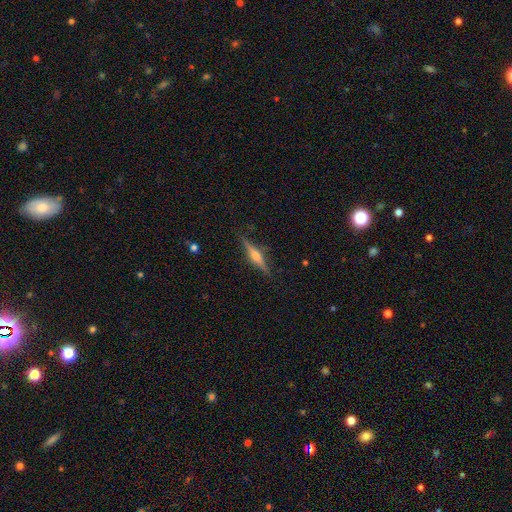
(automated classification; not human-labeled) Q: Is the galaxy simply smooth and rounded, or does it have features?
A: featured or disk — 73%.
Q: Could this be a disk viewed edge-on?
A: yes — 97%.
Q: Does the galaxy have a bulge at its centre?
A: rounded — 92%.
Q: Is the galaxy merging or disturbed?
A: none — 87%.